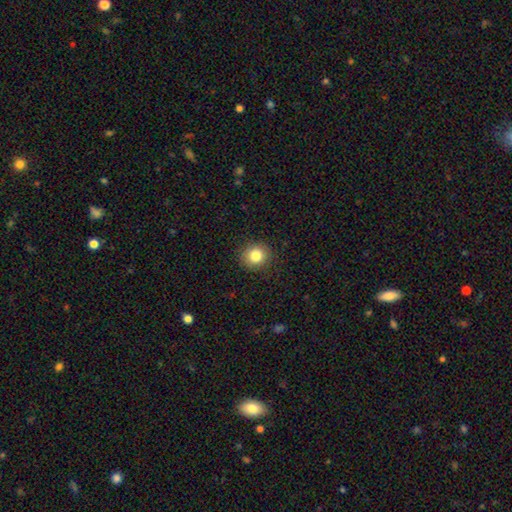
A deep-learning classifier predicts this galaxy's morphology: smooth-or-featured: smooth: 83% | star or artifact: 10% | featured or disk: 7%
  how-rounded: round: 88% | in between: 11% | cigar-shaped: 1%
  merging: none: 90% | minor disturbance: 7% | major disturbance: 2% | merger: 1%